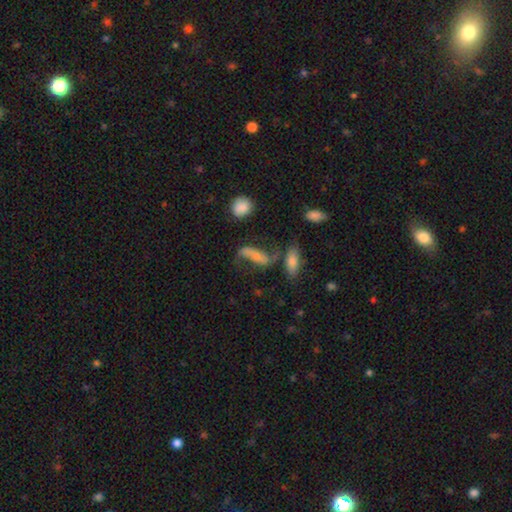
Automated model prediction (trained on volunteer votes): This is possibly a featured or disk galaxy (54%). It is clearly not viewed edge-on (83%). Merging: marginally none (43%).